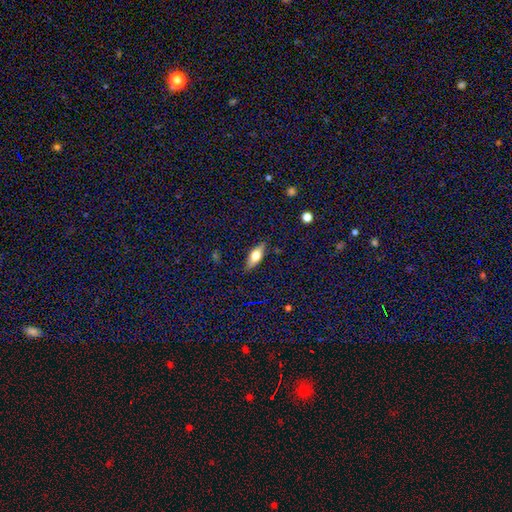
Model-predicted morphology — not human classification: smooth_or_featured: smooth (p=0.56) [alt: featured or disk p=0.36]
how_rounded: in between (p=0.65) [alt: cigar-shaped p=0.31]
merging: none (p=0.85) [alt: minor disturbance p=0.11]